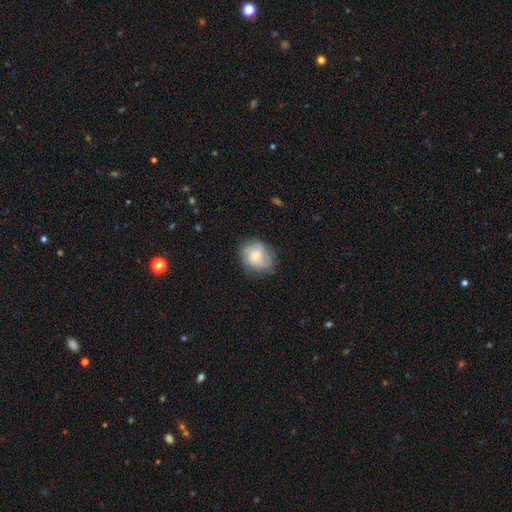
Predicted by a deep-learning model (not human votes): Smooth or featured: smooth — 48% (featured or disk — 45%)
Merging: none — 69% (minor disturbance — 22%)